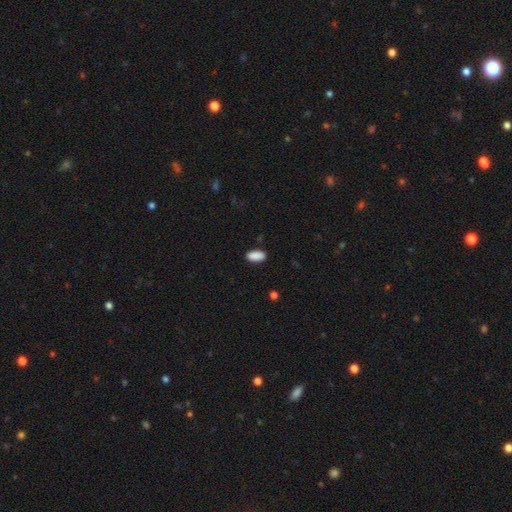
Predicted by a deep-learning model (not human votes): smooth_or_featured: smooth (p=0.90) [alt: star or artifact p=0.07]
how_rounded: in between (p=0.91) [alt: cigar-shaped p=0.07]
merging: none (p=0.87) [alt: minor disturbance p=0.10]